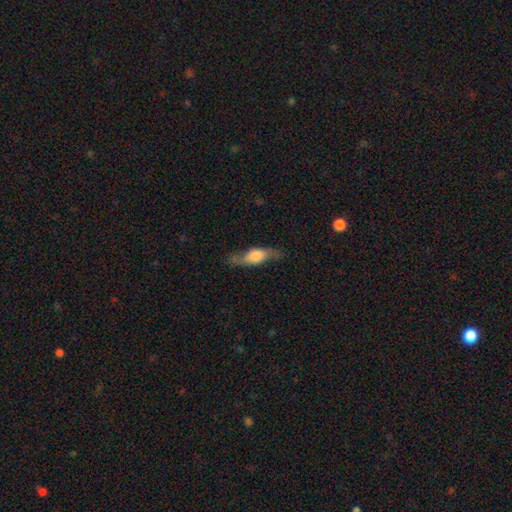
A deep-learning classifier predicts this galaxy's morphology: Smooth or featured?
  - smooth: 48% *
  - featured or disk: 46%
  - star or artifact: 7%
Merging?
  - none: 74% *
  - minor disturbance: 18%
  - major disturbance: 6%
  - merger: 2%